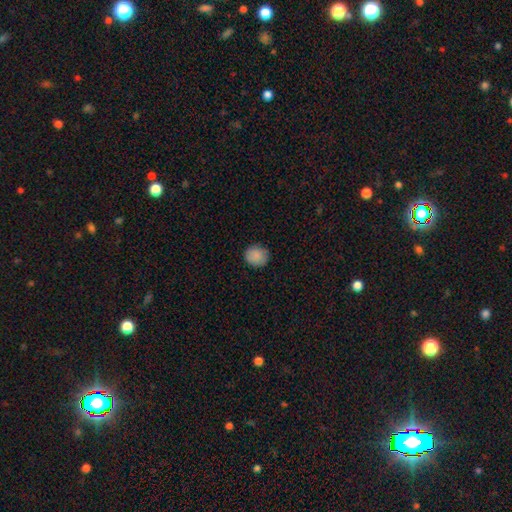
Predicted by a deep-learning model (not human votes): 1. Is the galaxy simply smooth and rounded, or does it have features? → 88% smooth, 8% star or artifact, 4% featured or disk.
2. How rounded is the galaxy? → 77% round, 22% in between, 1% cigar-shaped.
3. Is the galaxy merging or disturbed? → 87% none, 10% minor disturbance, 2% major disturbance, 1% merger.